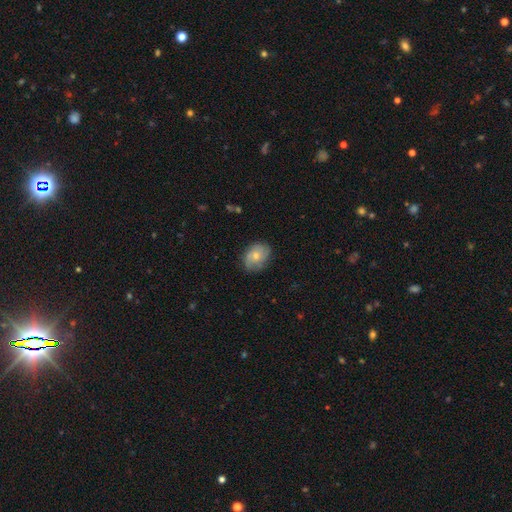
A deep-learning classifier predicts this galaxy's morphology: A smooth galaxy with no disk features (52%) that is in between round and cigar-shaped (68%). Merging: none (75%).